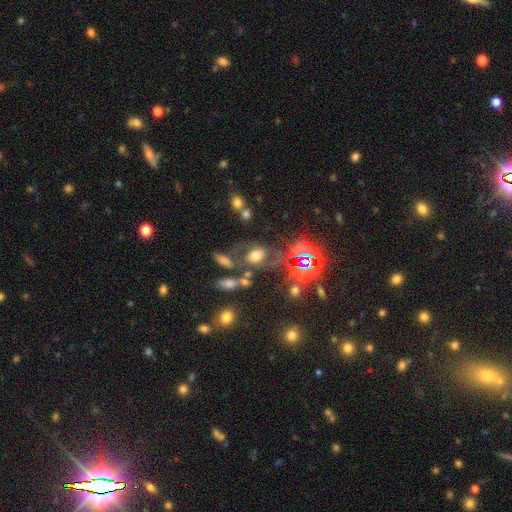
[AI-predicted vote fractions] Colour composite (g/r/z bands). It shows a smooth galaxy with no disk features (40%). Merging: none (49%).